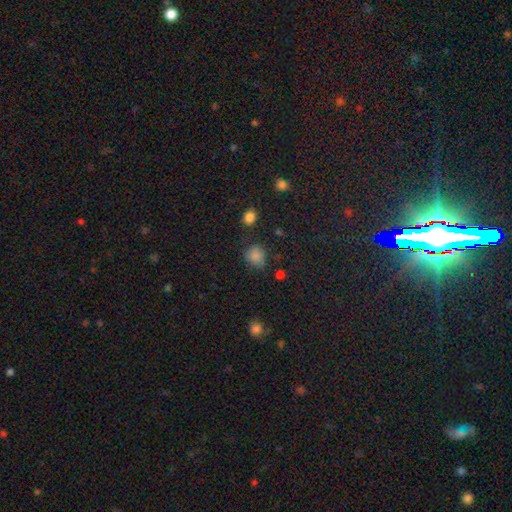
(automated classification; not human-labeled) Smooth or featured?
  - smooth: 82% *
  - star or artifact: 13%
  - featured or disk: 5%
How rounded?
  - round: 79% *
  - in between: 20%
  - cigar-shaped: 1%
Merging?
  - none: 73% *
  - minor disturbance: 19%
  - major disturbance: 5%
  - merger: 3%